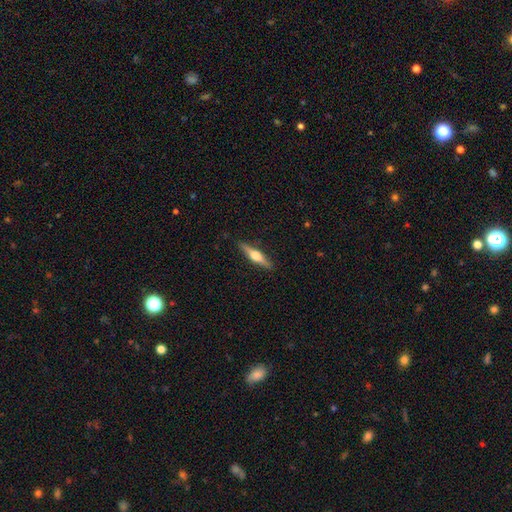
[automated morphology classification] Q: Smooth or featured?
A: featured or disk (64%); runner-up: smooth (30%)
Q: Edge-on disk?
A: yes (97%); runner-up: no (3%)
Q: Edge-on bulge?
A: rounded (94%); runner-up: boxy (4%)
Q: Merging?
A: none (89%); runner-up: minor disturbance (8%)